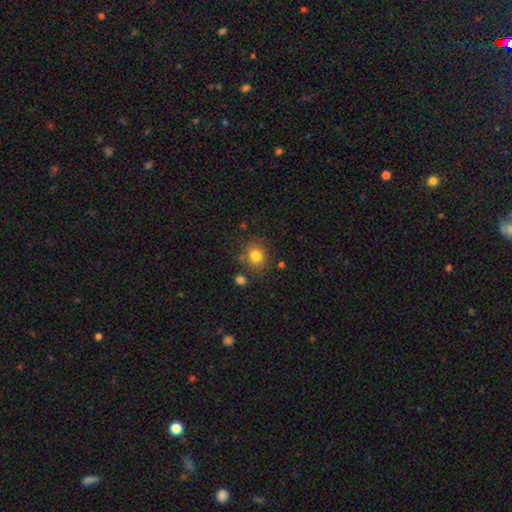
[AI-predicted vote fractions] smooth-or-featured: smooth: 81% | star or artifact: 12% | featured or disk: 8%
  how-rounded: round: 79% | in between: 20% | cigar-shaped: 1%
  merging: none: 76% | minor disturbance: 13% | merger: 7% | major disturbance: 4%